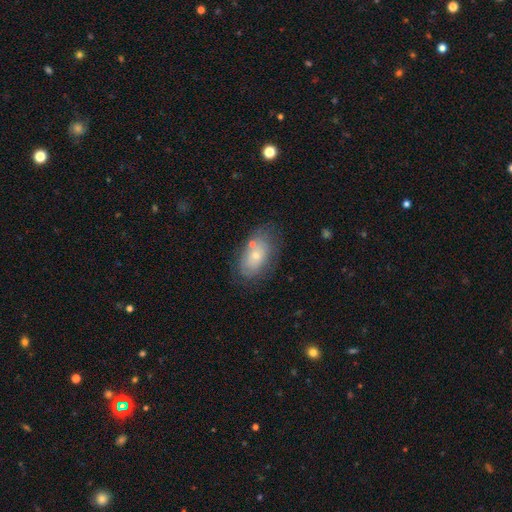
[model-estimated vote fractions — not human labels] Overall: smooth (61%; featured or disk 30%). How rounded: in between (90%). Merging: none (64%).